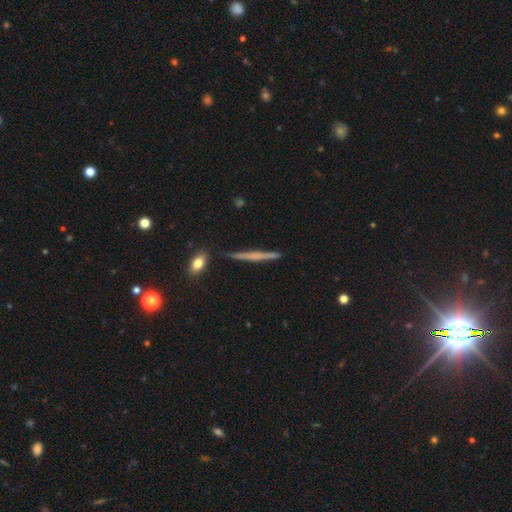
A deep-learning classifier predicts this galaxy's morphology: The model was most divided on "smooth or featured": featured or disk: 54%, smooth: 39%, star or artifact: 7%. More confident: edge-on disk — yes (97%); merging — none (88%); edge-on bulge — none (70%).